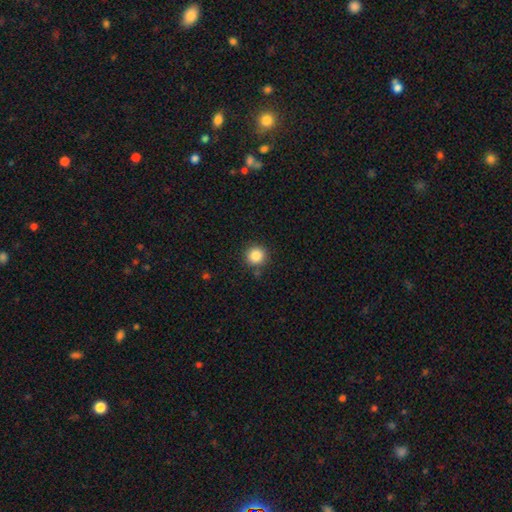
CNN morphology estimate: A smooth galaxy with no disk features (85%) that is round (94%). Merging: none (87%).